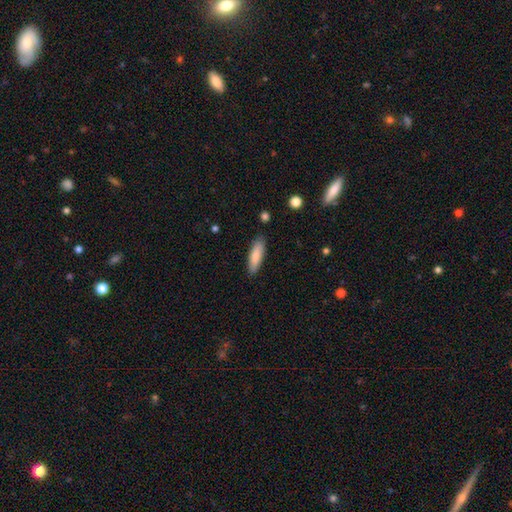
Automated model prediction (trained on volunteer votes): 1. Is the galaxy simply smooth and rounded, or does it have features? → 85% smooth, 10% featured or disk, 6% star or artifact.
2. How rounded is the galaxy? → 57% cigar-shaped, 41% in between, 1% round.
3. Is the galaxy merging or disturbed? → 86% none, 10% minor disturbance, 2% major disturbance, 2% merger.